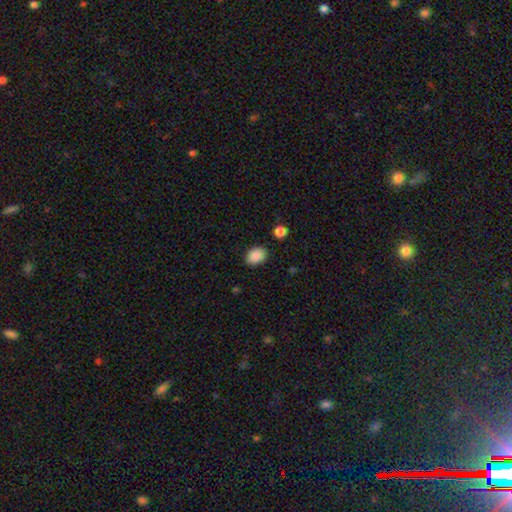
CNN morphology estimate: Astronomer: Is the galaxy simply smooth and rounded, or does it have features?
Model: smooth — 89%.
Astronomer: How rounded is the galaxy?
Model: in between — 72%.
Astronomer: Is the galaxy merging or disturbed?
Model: none — 85%.